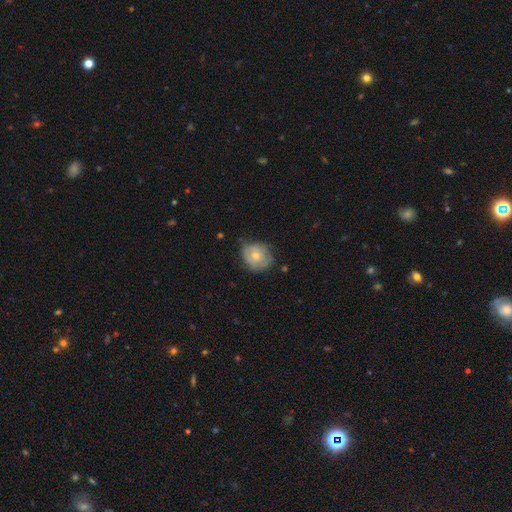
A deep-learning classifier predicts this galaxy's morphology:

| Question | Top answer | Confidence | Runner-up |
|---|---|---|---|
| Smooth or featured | smooth | 58% | featured or disk (35%) |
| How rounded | round | 67% | in between (32%) |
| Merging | none | 56% | minor disturbance (33%) |